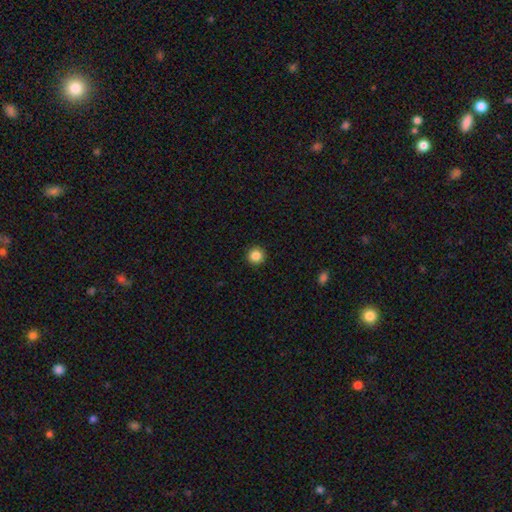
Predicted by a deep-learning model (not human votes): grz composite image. It shows a smooth galaxy with no disk features (86%) that is round (96%). Merging: none (93%).